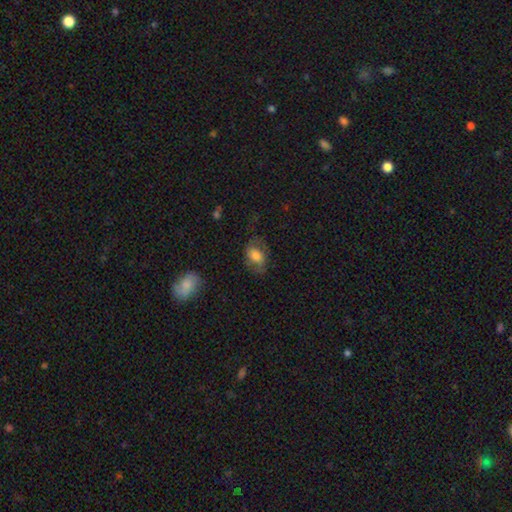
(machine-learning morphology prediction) This is likely a smooth galaxy (63%). How rounded: likely in between (80%). Merging: possibly none (60%).